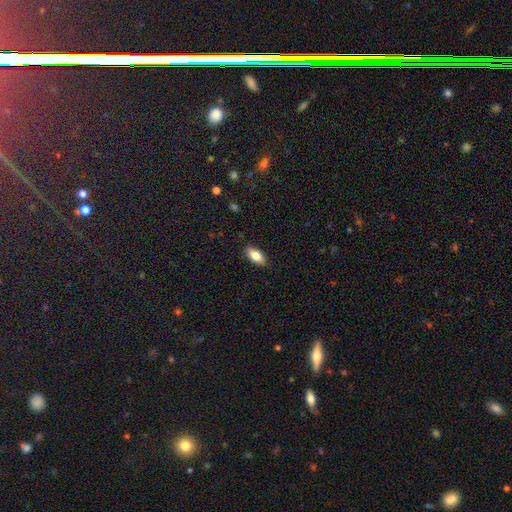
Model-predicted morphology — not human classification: type=smooth (81%); roundness=in between (86%); merging=none (87%).